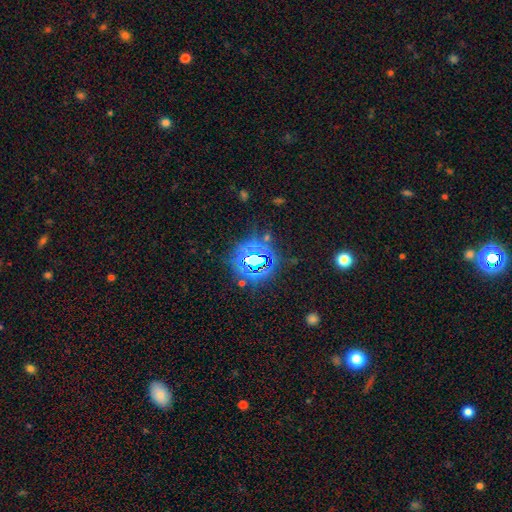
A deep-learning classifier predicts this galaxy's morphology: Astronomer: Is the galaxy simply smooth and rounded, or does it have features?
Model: star or artifact — 76%.